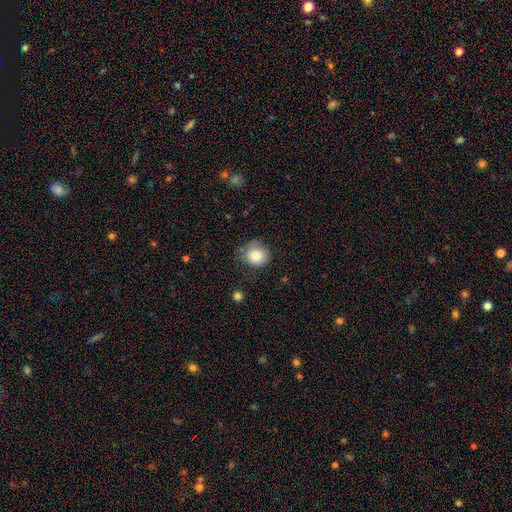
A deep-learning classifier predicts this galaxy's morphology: The model was most divided on "merging": none: 66%, minor disturbance: 25%, major disturbance: 7%, merger: 2%. More confident: how rounded — round (86%); smooth or featured — smooth (82%).